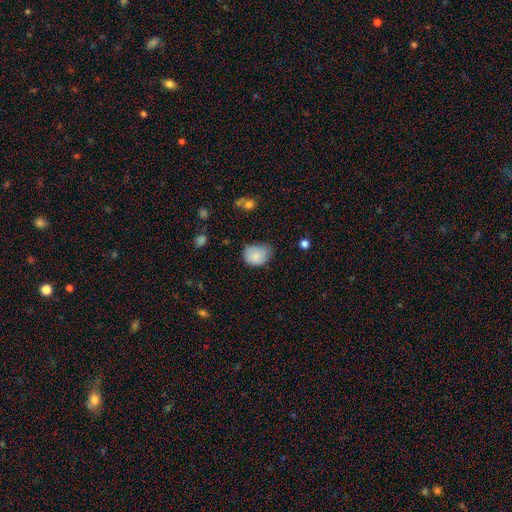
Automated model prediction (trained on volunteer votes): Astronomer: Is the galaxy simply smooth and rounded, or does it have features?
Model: smooth — 82%.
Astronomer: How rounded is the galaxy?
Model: in between — 59% (runner-up: round, 41%).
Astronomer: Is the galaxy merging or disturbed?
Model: none — 48% (runner-up: minor disturbance, 41%).